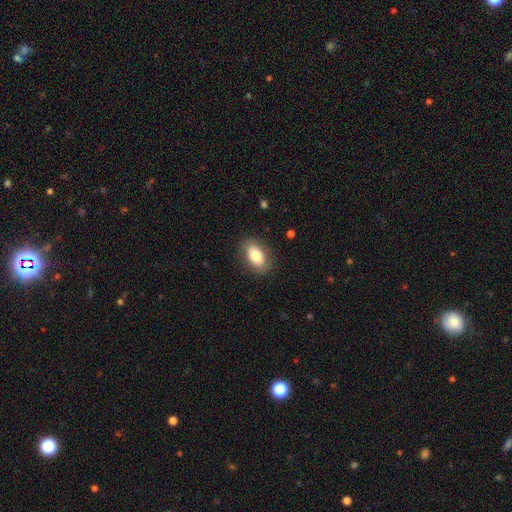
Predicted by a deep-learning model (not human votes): Smooth or featured? smooth (79%)
How rounded? in between (90%)
Merging? none (86%)